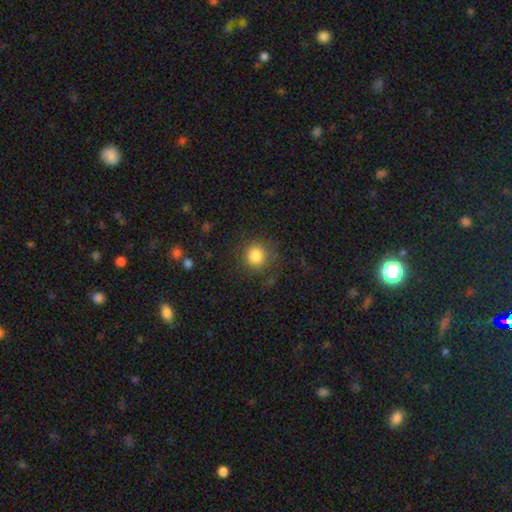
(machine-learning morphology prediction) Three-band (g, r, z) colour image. It shows a smooth galaxy with no disk features (82%) that is round (91%). Merging: none (78%).